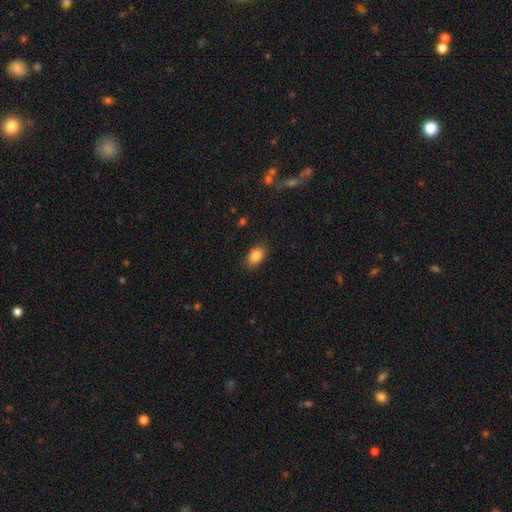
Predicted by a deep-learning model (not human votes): smooth 85%, star or artifact 8%, featured or disk 6%. Down the decision tree: how rounded — in between (86%); merging — none (85%).